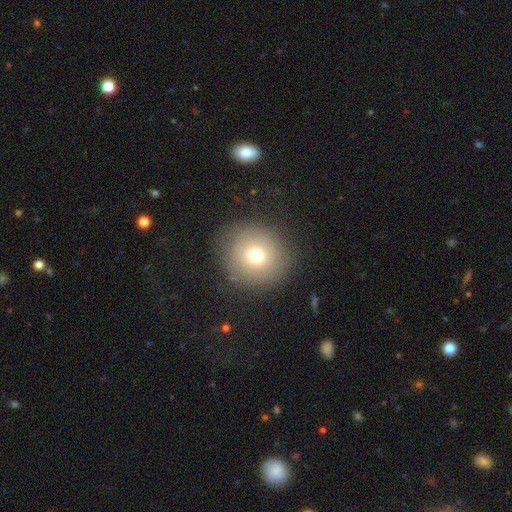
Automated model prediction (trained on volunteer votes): A smooth galaxy with no disk features (71%) that is round (88%). Merging: none (82%).